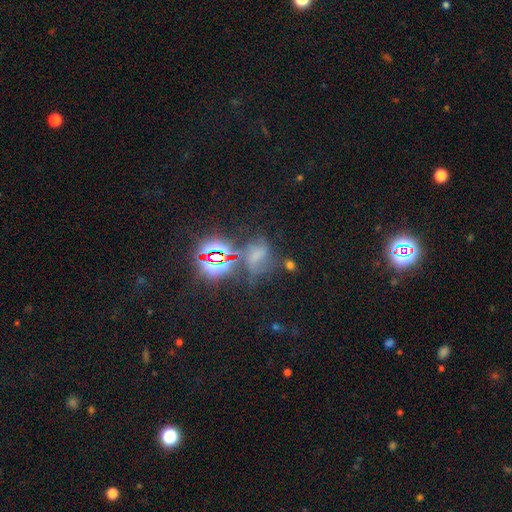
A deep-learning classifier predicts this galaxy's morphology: star or artifact 46%, smooth 36%, featured or disk 19%.